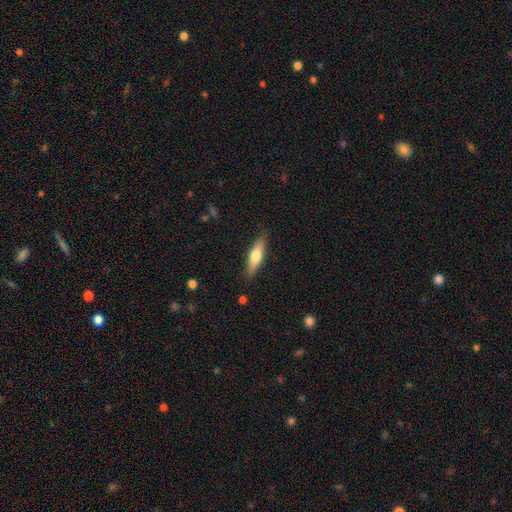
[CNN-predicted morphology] A smooth galaxy with no disk features (60%) that is cigar-shaped (62%). Merging: none (86%).